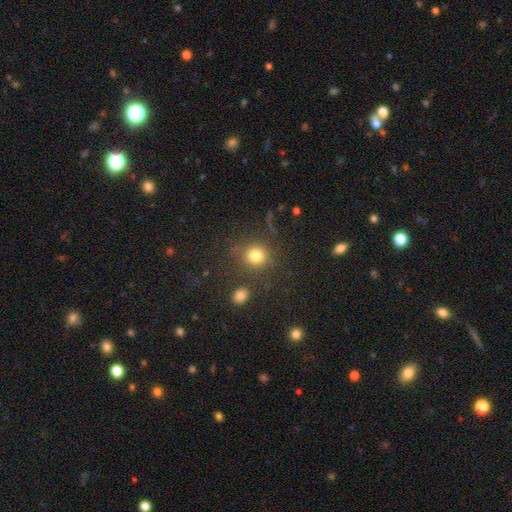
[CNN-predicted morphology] Smooth or featured: smooth — 79% (star or artifact — 14%)
How rounded: round — 87% (in between — 12%)
Merging: none — 79% (minor disturbance — 10%)